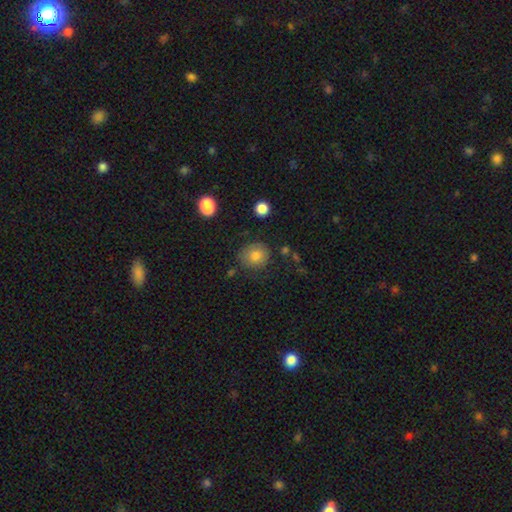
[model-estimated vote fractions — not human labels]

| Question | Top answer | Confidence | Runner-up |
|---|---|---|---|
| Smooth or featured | smooth | 79% | star or artifact (11%) |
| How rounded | round | 79% | in between (20%) |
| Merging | none | 74% | minor disturbance (18%) |